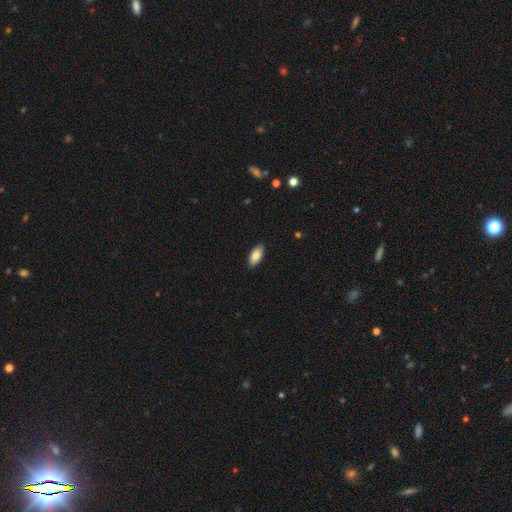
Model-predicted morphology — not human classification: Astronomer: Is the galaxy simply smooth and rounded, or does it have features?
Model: smooth — 85%.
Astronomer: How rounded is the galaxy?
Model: in between — 90%.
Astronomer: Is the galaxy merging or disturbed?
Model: none — 89%.